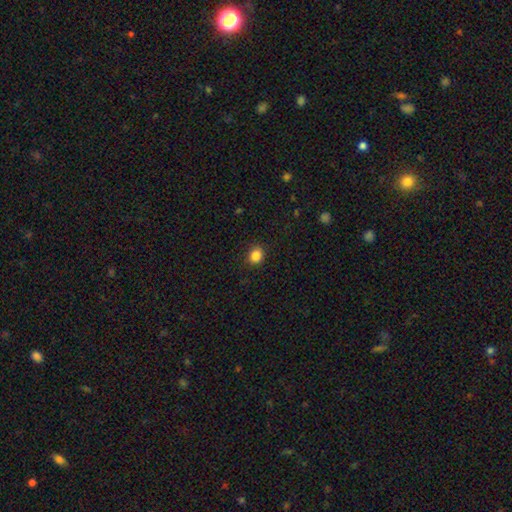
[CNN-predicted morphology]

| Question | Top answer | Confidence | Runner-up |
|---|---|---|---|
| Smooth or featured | smooth | 86% | star or artifact (11%) |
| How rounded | round | 71% | in between (28%) |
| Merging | none | 88% | minor disturbance (9%) |